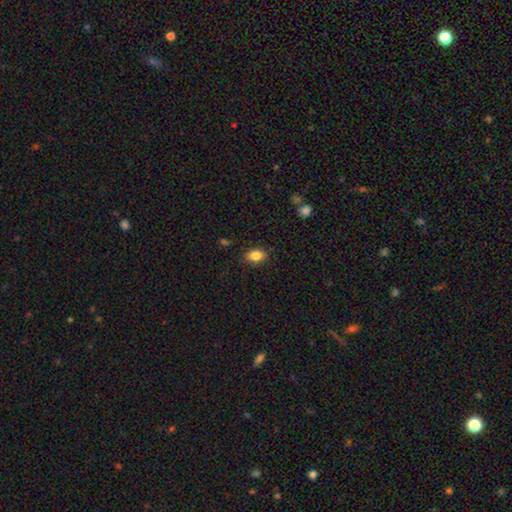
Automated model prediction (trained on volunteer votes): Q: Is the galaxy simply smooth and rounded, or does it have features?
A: smooth — 84%.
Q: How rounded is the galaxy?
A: in between — 81%.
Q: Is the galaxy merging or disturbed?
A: none — 86%.